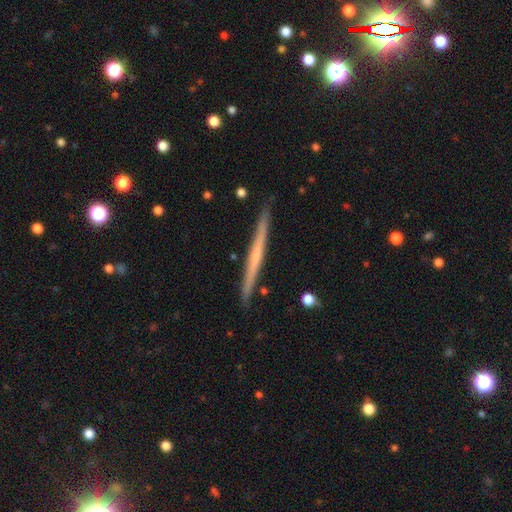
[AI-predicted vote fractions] This is likely a featured or disk galaxy (63%). It is clearly viewed edge-on (98%). Edge-on bulge: likely none (70%). Merging: clearly none (91%).